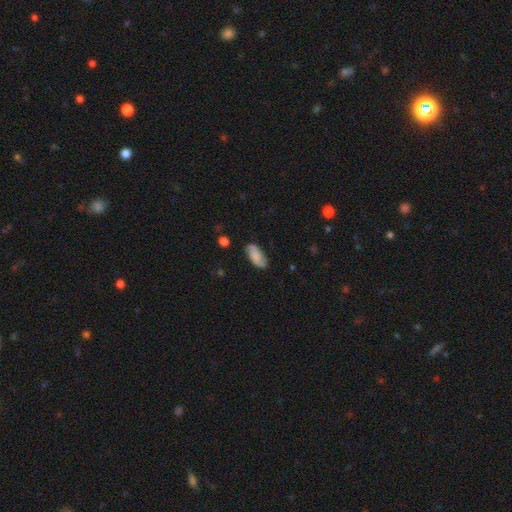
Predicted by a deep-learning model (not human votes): Overall: smooth (71%). How rounded: in between (88%). Merging: none (77%).